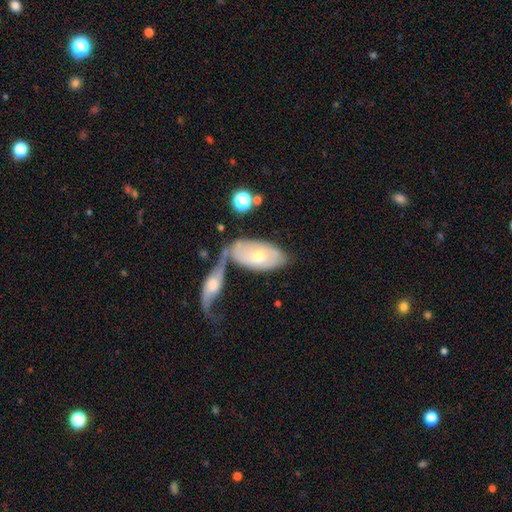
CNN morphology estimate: Smooth or featured? featured or disk (53%)
Edge-on disk? no (83%)
Merging? merger (37%)